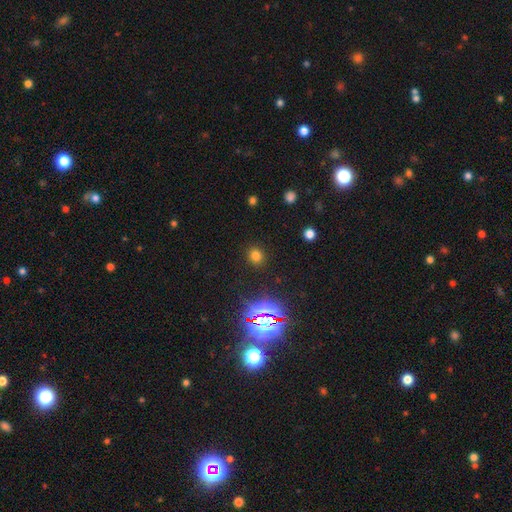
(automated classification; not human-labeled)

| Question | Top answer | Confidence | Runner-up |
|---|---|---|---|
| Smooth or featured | smooth | 72% | star or artifact (22%) |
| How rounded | round | 80% | in between (19%) |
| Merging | none | 89% | minor disturbance (6%) |